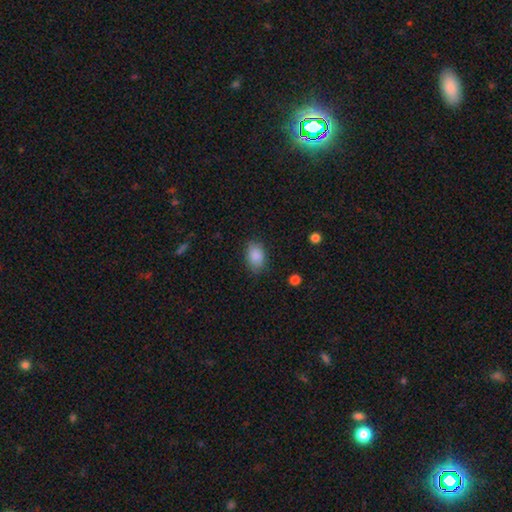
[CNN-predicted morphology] A smooth galaxy with no disk features (88%) that is in between round and cigar-shaped (81%). Merging: none (79%).